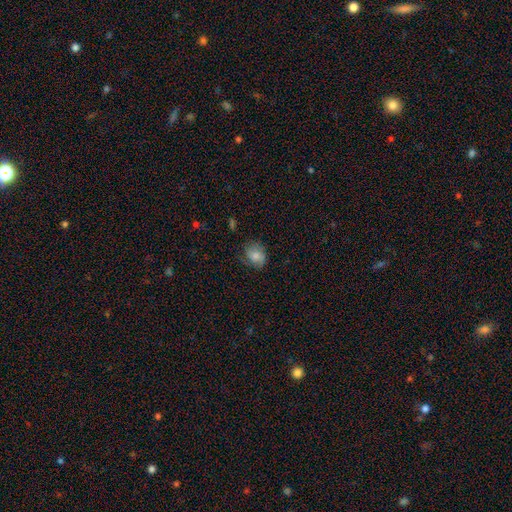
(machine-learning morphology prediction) The model was most divided on "how rounded": round: 52%, in between: 47%, cigar-shaped: 1%. More confident: smooth or featured — smooth (72%); merging — none (63%).